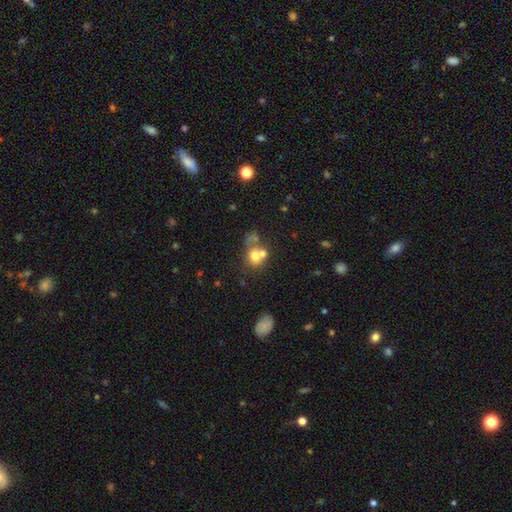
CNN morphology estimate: Smooth or featured? Predicted: smooth (p=0.66). How rounded? Predicted: round (p=0.65). Merging? Predicted: merger (p=0.55).